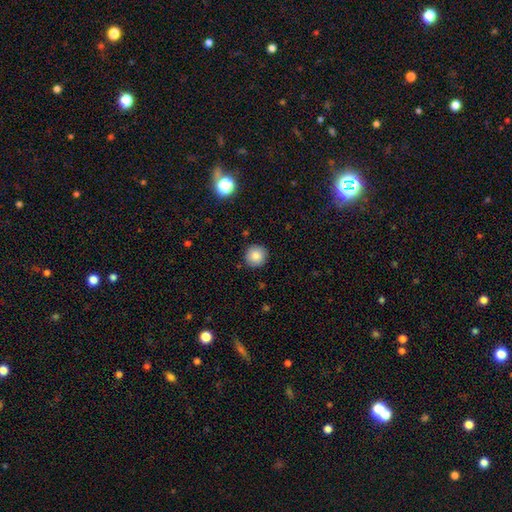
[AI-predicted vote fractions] Q: Smooth or featured?
A: smooth (85%); runner-up: star or artifact (9%)
Q: How rounded?
A: round (95%); runner-up: in between (4%)
Q: Merging?
A: none (90%); runner-up: minor disturbance (7%)